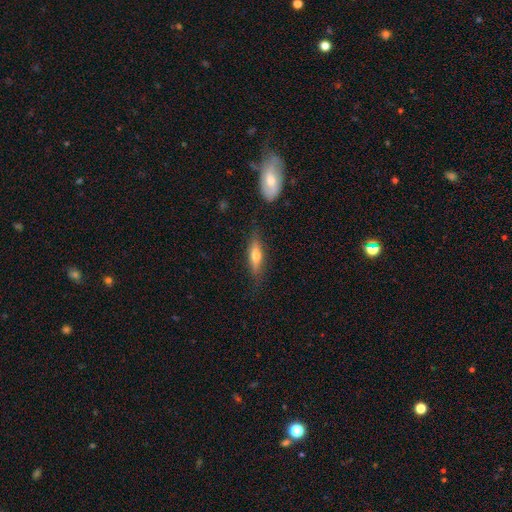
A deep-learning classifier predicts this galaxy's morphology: This is possibly a smooth galaxy (51%). How rounded: likely cigar-shaped (63%). Merging: likely none (79%).